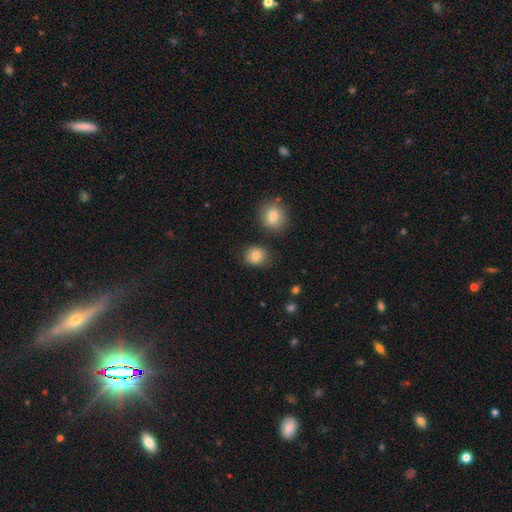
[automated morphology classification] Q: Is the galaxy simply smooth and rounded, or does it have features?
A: smooth — 82%.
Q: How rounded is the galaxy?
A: round — 68%.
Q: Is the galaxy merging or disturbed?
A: none — 79%.